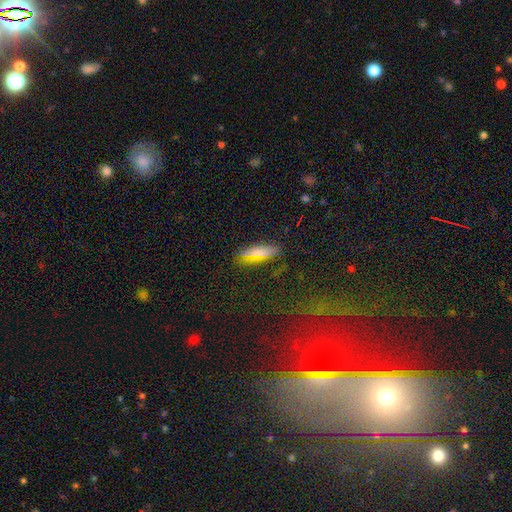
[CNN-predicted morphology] Smooth or featured? smooth (65%)
How rounded? in between (49%)
Merging? none (85%)